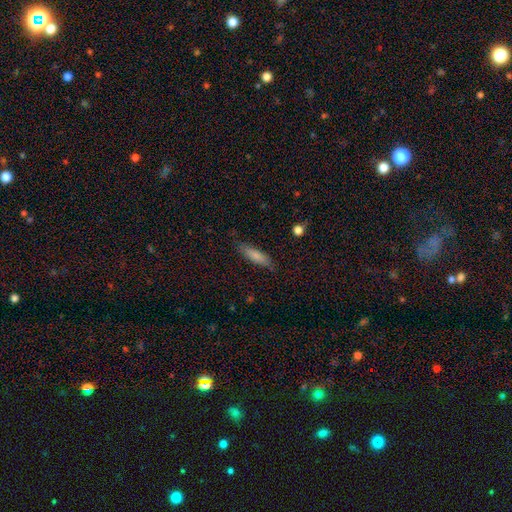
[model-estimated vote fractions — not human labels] smooth_or_featured: smooth (p=0.80) [alt: featured or disk p=0.13]
how_rounded: cigar-shaped (p=0.63) [alt: in between p=0.36]
merging: none (p=0.80) [alt: minor disturbance p=0.16]